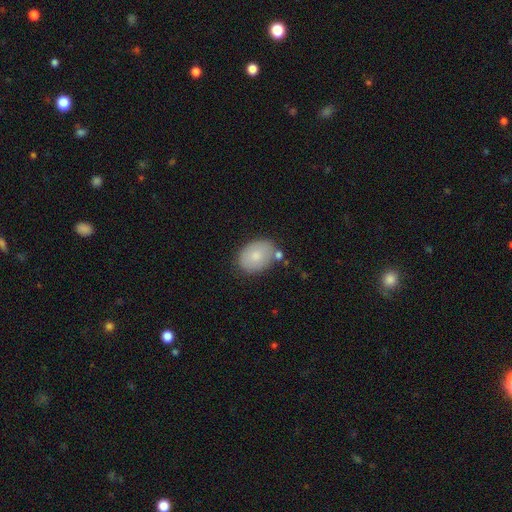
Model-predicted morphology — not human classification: Q: Smooth or featured?
A: smooth (79%); runner-up: featured or disk (14%)
Q: How rounded?
A: in between (77%); runner-up: round (22%)
Q: Merging?
A: none (71%); runner-up: minor disturbance (18%)